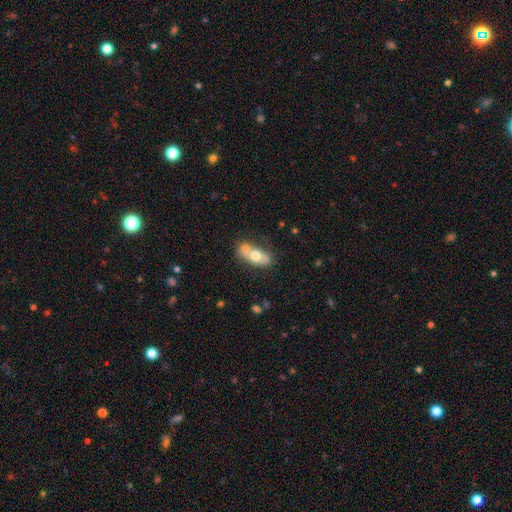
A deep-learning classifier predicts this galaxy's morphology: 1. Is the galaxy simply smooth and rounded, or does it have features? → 56% smooth, 38% featured or disk, 7% star or artifact.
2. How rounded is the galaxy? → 83% in between, 10% cigar-shaped, 8% round.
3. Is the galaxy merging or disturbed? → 47% none, 32% merger, 15% minor disturbance, 5% major disturbance.